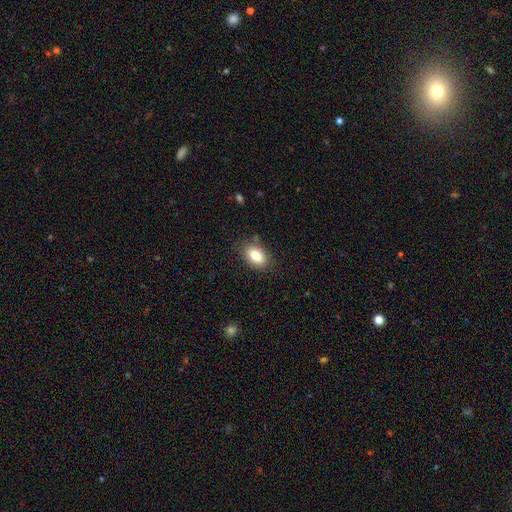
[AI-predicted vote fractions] Smooth or featured? Predicted: smooth (p=0.82). How rounded? Predicted: in between (p=0.89). Merging? Predicted: none (p=0.81).